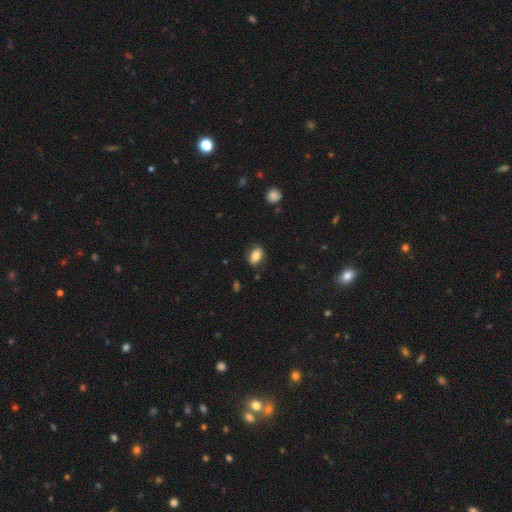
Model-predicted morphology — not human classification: The model was most divided on "merging": none: 80%, minor disturbance: 15%, major disturbance: 4%, merger: 1%. More confident: how rounded — in between (85%); smooth or featured — smooth (82%).